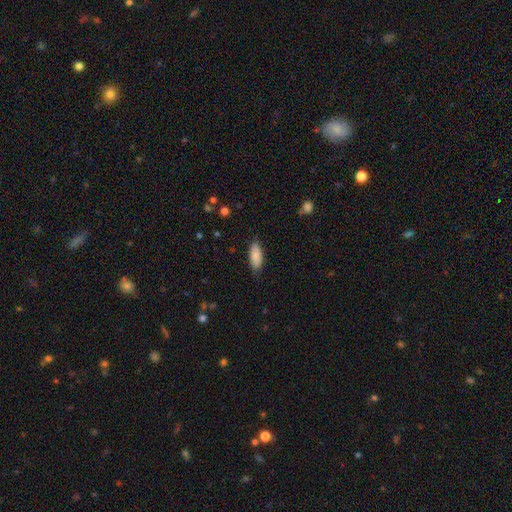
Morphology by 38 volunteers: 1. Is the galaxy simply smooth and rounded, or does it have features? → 89% smooth, 11% featured or disk, 0% star or artifact.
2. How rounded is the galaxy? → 79% in between, 18% cigar-shaped, 3% round.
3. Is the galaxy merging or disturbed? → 79% none, 16% minor disturbance, 5% major disturbance, 0% merger.